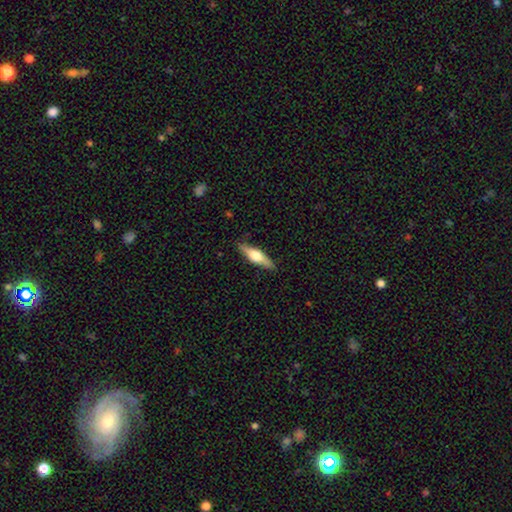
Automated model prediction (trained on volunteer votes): A featured or disk galaxy (58%) viewed edge-on (95%) with a rounded central bulge (93%).

Vote fractions:
- Smooth or featured? featured or disk: 58% / smooth: 37% / star or artifact: 5%
- Edge-on disk? yes: 95% / no: 5%
- Edge-on bulge? rounded: 93% / boxy: 5% / none: 2%
- Merging? none: 88% / minor disturbance: 9% / major disturbance: 2% / merger: 1%